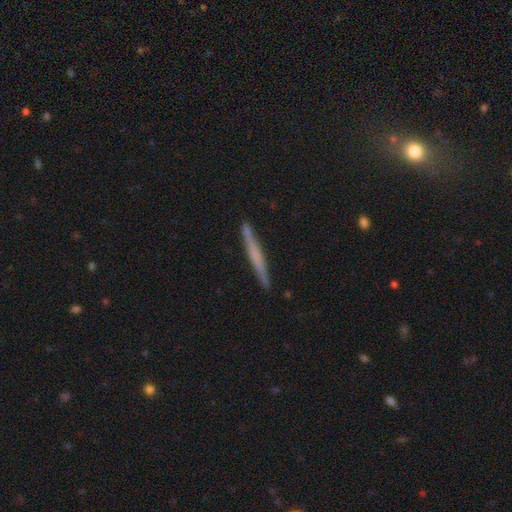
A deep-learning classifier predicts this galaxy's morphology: type=featured or disk (47%); merging=none (89%).